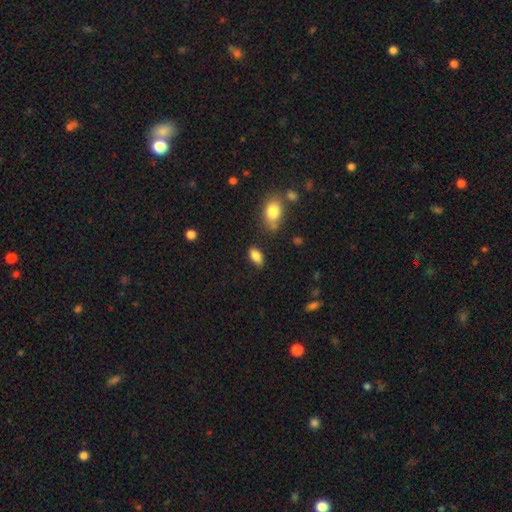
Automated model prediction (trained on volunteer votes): Overall: smooth (85%). How rounded: in between (91%). Merging: none (77%).